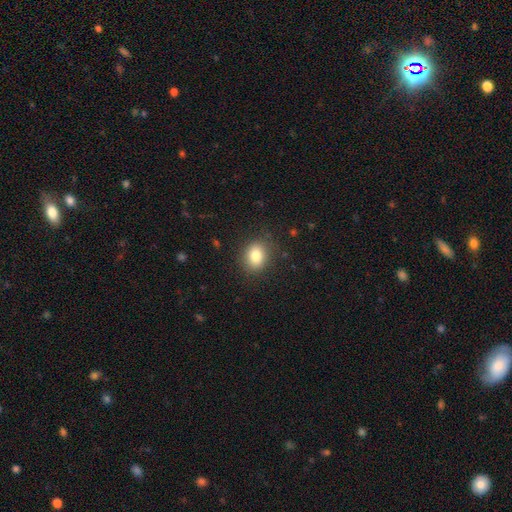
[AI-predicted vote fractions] Smooth or featured? Predicted: smooth (p=0.82). How rounded? Predicted: in between (p=0.52). Merging? Predicted: none (p=0.85).